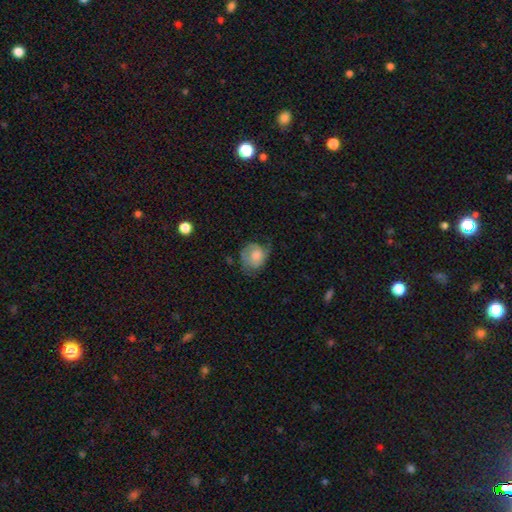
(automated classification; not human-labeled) smooth-or-featured: smooth: 55% | featured or disk: 37% | star or artifact: 8%
  how-rounded: round: 55% | in between: 44% | cigar-shaped: 1%
  merging: none: 41% | minor disturbance: 34% | major disturbance: 23% | merger: 2%